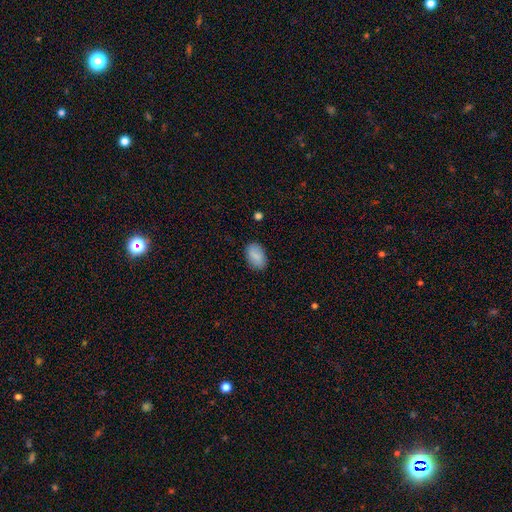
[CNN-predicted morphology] Smooth or featured?
  - smooth: 83% *
  - featured or disk: 9%
  - star or artifact: 7%
How rounded?
  - in between: 90% *
  - round: 8%
  - cigar-shaped: 2%
Merging?
  - none: 85% *
  - minor disturbance: 11%
  - major disturbance: 3%
  - merger: 1%